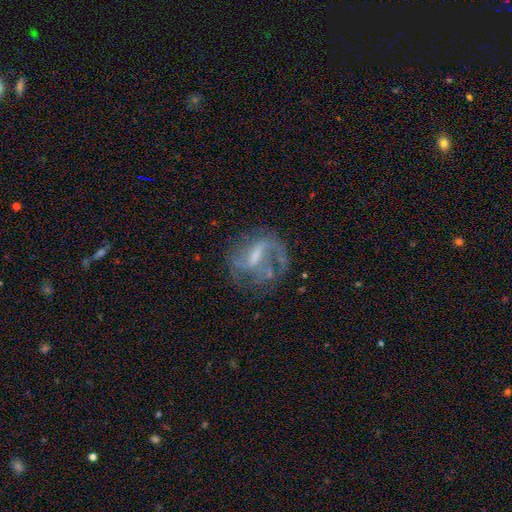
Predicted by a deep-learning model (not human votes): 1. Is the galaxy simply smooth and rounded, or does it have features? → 79% featured or disk, 12% smooth, 8% star or artifact.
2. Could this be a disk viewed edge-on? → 97% no, 3% yes.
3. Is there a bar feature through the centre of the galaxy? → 48% weak, 35% strong, 17% no.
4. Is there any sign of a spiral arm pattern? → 86% yes, 14% no.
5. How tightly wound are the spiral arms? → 42% medium, 40% loose, 18% tight.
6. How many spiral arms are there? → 48% 2, 25% 1, 15% can't tell, 7% 3, 2% 4, 2% more than 4.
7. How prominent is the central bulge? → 36% small, 31% moderate, 27% none, 5% large, 1% dominant.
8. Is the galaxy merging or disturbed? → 51% none, 27% major disturbance, 19% minor disturbance, 3% merger.